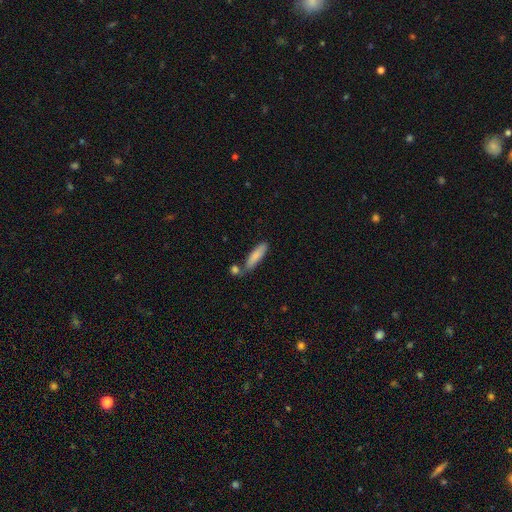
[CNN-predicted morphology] This appears to be a smooth galaxy with no disk features (81%) that is cigar-shaped (71%). Merging: none (65%).